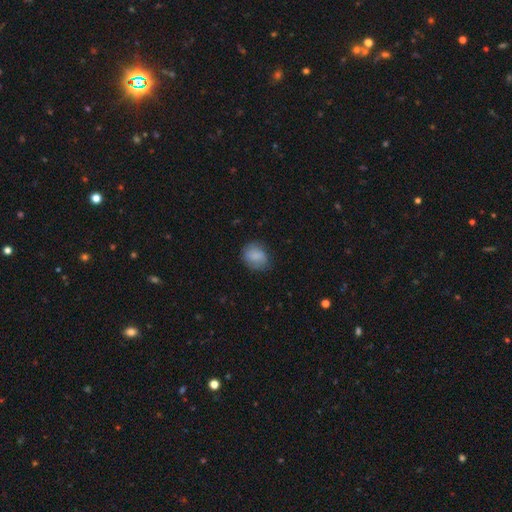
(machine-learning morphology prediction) smooth-or-featured: smooth: 81% | featured or disk: 12% | star or artifact: 8%
  how-rounded: round: 62% | in between: 37% | cigar-shaped: 1%
  merging: none: 71% | minor disturbance: 22% | major disturbance: 7% | merger: 1%